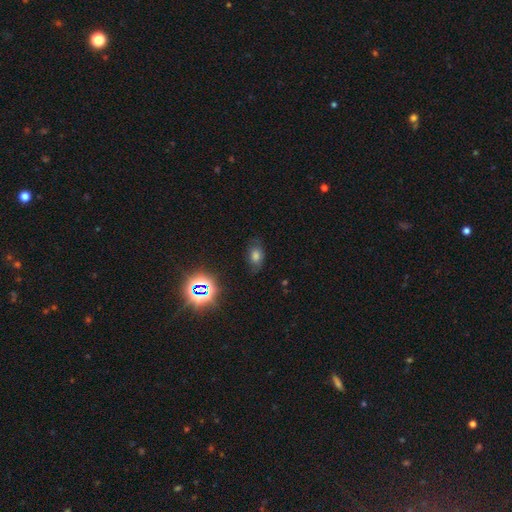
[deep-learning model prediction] A smooth galaxy with no disk features (63%) that is in between round and cigar-shaped (79%).

Vote fractions:
- Smooth or featured? smooth: 63% / star or artifact: 24% / featured or disk: 13%
- How rounded? in between: 79% / round: 19% / cigar-shaped: 2%
- Merging? none: 72% / minor disturbance: 20% / major disturbance: 7% / merger: 2%